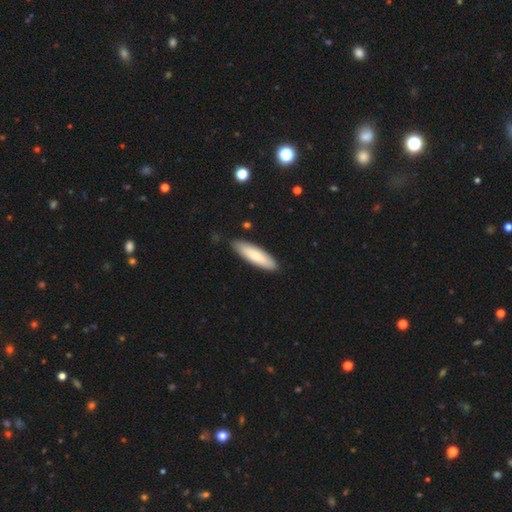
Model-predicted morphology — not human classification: type=smooth (78%); roundness=cigar-shaped (63%); merging=none (88%).